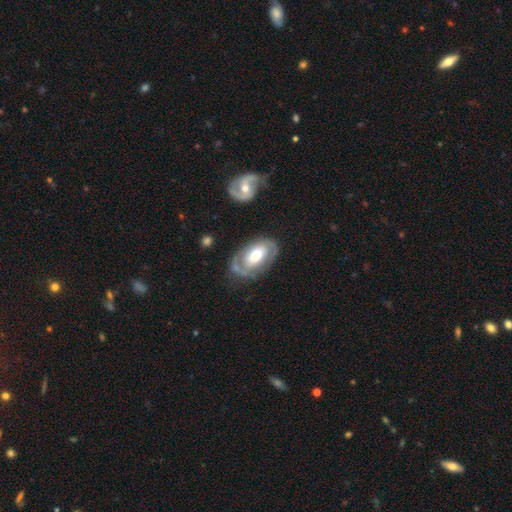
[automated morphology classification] This is likely a featured or disk galaxy (71%). It is clearly not viewed edge-on (94%). Bar: possibly no (57%). Spiral arm pattern: likely yes (73%). Central bulge: likely moderate (61%). Merging: likely none (67%).